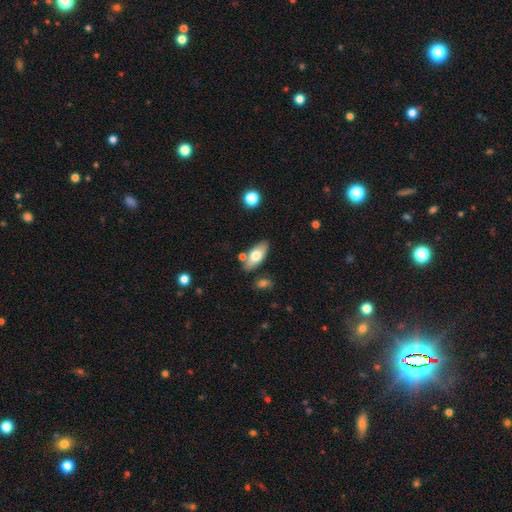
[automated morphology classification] smooth_or_featured: smooth (p=0.67) [alt: featured or disk p=0.26]
how_rounded: in between (p=0.84) [alt: cigar-shaped p=0.13]
merging: none (p=0.77) [alt: minor disturbance p=0.13]